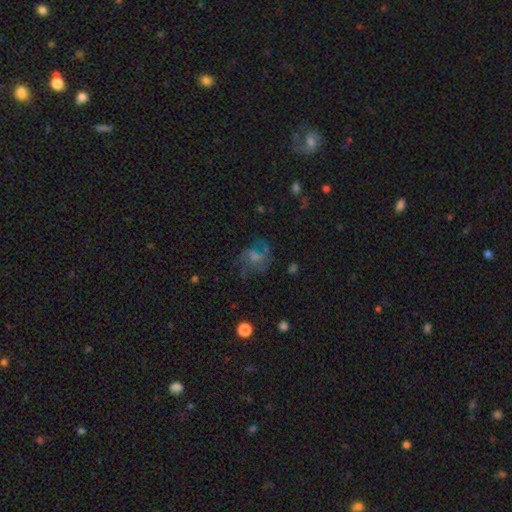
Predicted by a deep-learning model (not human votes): This is possibly a featured or disk galaxy (55%). It is clearly not viewed edge-on (98%). Bar: likely no (64%). Spiral arm pattern: likely yes (74%). Central bulge: marginally none (36%). Merging: possibly none (52%).